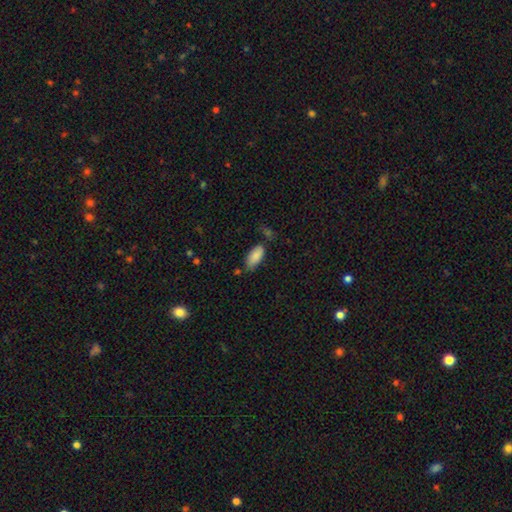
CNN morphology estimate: Smooth or featured? Predicted: smooth (p=0.86). How rounded? Predicted: in between (p=0.89). Merging? Predicted: none (p=0.66).